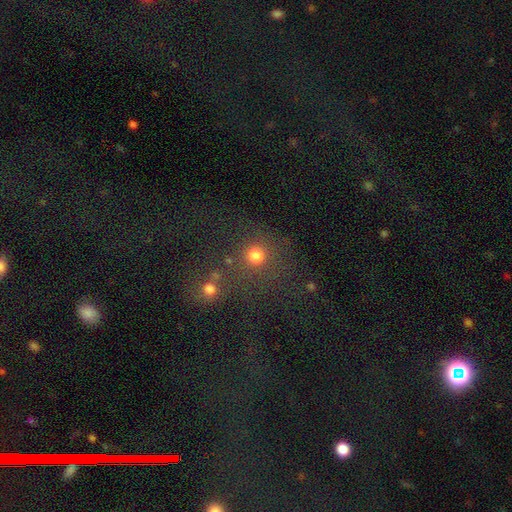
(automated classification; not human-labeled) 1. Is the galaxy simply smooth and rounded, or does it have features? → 76% smooth, 17% star or artifact, 6% featured or disk.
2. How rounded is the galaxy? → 91% round, 8% in between, 1% cigar-shaped.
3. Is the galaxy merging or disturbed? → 72% none, 13% merger, 9% minor disturbance, 6% major disturbance.